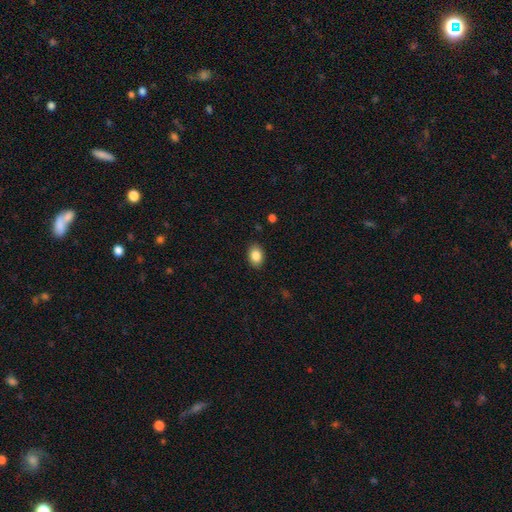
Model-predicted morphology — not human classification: The model was most divided on "how rounded": in between: 78%, round: 21%, cigar-shaped: 1%. More confident: merging — none (88%); smooth or featured — smooth (86%).